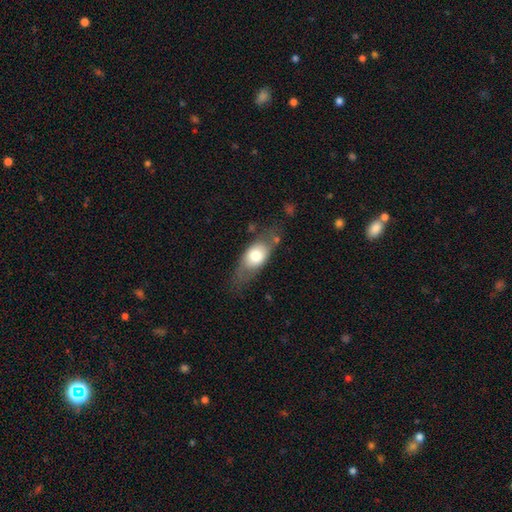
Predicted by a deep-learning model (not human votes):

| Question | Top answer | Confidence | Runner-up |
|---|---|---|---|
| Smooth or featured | smooth | 62% | featured or disk (31%) |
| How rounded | in between | 76% | cigar-shaped (13%) |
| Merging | none | 63% | minor disturbance (22%) |